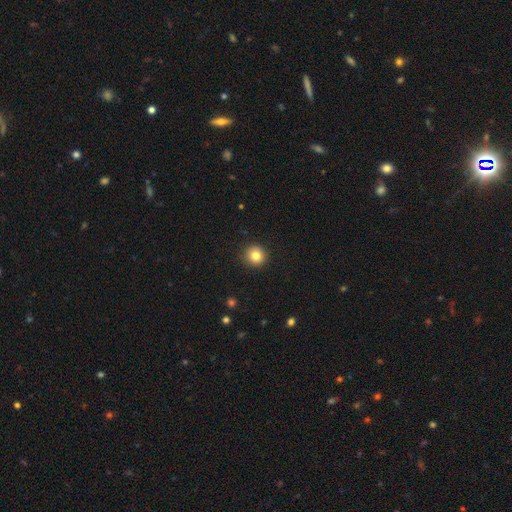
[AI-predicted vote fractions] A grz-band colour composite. It shows a smooth galaxy with no disk features (82%) that is round (94%). Merging: none (91%).